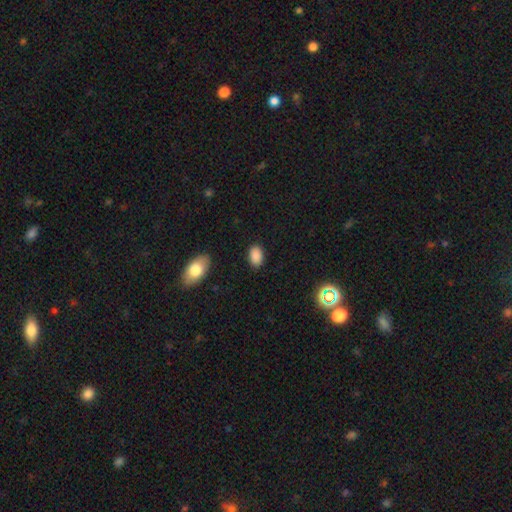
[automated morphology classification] smooth-or-featured: smooth: 86% | star or artifact: 10% | featured or disk: 4%
  how-rounded: in between: 86% | round: 13% | cigar-shaped: 1%
  merging: none: 86% | minor disturbance: 10% | major disturbance: 3% | merger: 1%